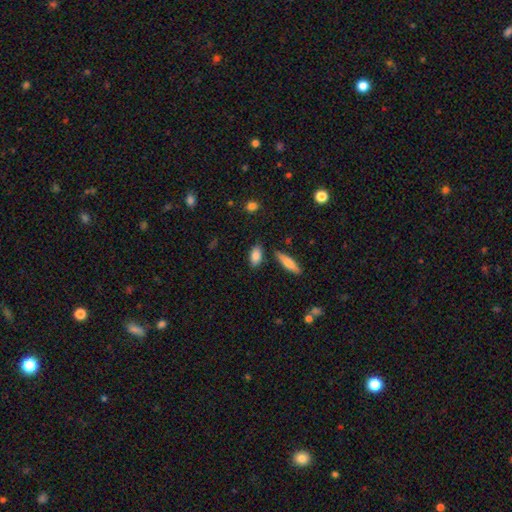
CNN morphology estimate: type=smooth (83%); roundness=in between (86%); merging=none (79%).